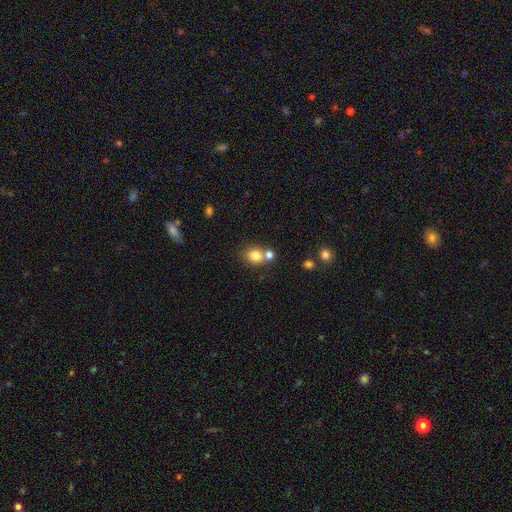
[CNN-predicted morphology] A smooth galaxy with no disk features (80%) that is round (64%).

Vote fractions:
- Smooth or featured? smooth: 80% / star or artifact: 11% / featured or disk: 10%
- How rounded? round: 64% / in between: 35% / cigar-shaped: 1%
- Merging? none: 48% / merger: 39% / minor disturbance: 9% / major disturbance: 4%